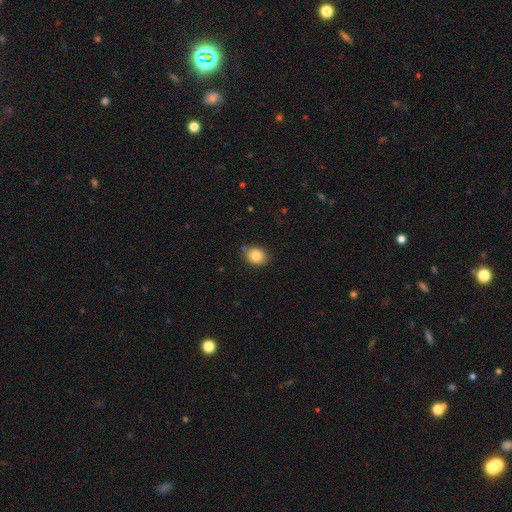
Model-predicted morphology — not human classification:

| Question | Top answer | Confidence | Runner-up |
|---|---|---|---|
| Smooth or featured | smooth | 86% | star or artifact (9%) |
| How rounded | round | 56% | in between (43%) |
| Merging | none | 81% | minor disturbance (13%) |